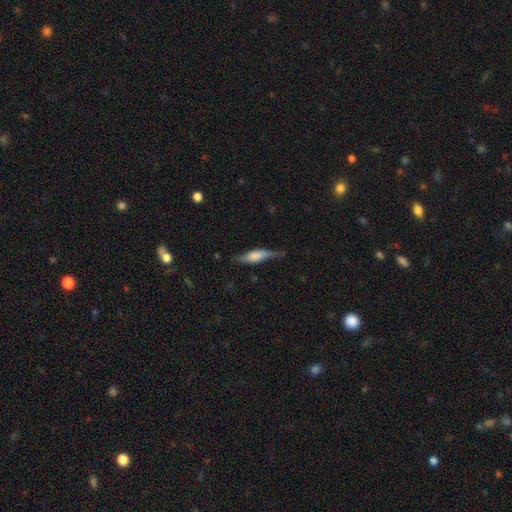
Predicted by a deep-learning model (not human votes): Smooth or featured: featured or disk — 47% (smooth — 46%)
Merging: none — 69% (minor disturbance — 23%)